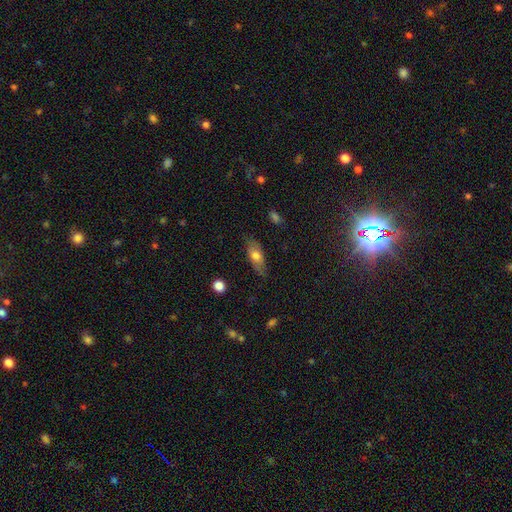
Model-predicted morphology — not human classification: A smooth galaxy with no disk features (65%) that is in between round and cigar-shaped (72%). Merging: none (78%).